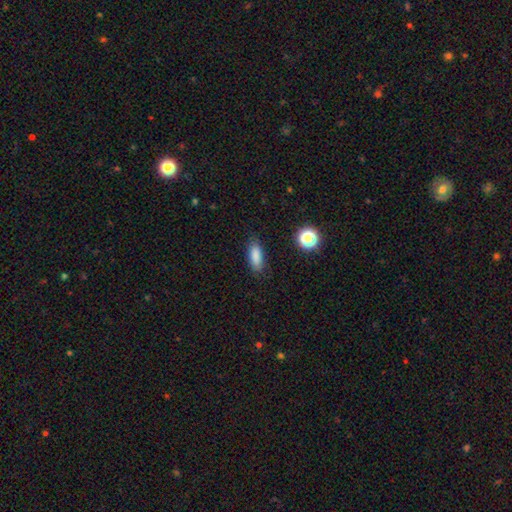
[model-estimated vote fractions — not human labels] Smooth or featured? Predicted: smooth (p=0.85). How rounded? Predicted: in between (p=0.72). Merging? Predicted: none (p=0.84).